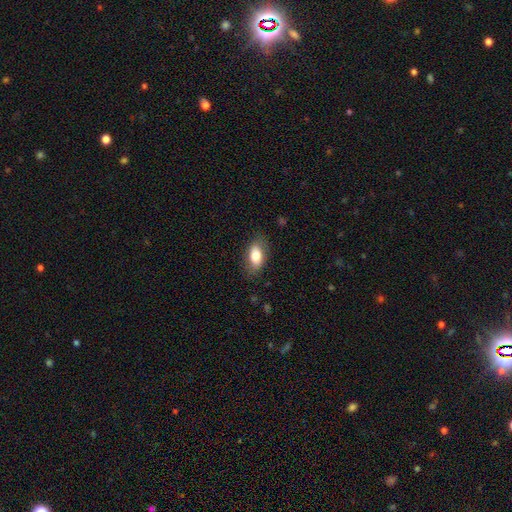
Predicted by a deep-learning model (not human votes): Smooth or featured? Predicted: smooth (p=0.76). How rounded? Predicted: in between (p=0.87). Merging? Predicted: none (p=0.79).